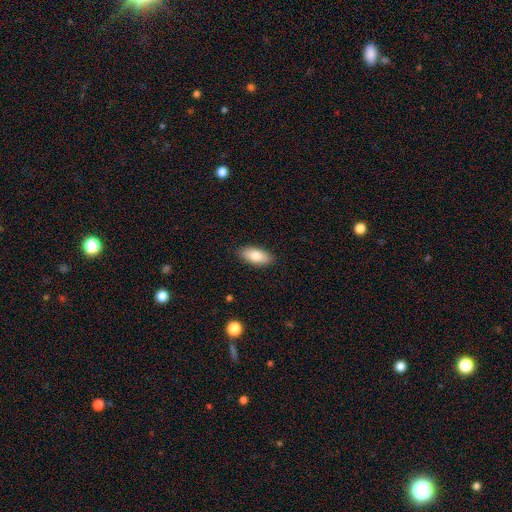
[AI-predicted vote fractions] Smooth or featured?
  - smooth: 82% *
  - featured or disk: 11%
  - star or artifact: 7%
How rounded?
  - in between: 87% *
  - cigar-shaped: 10%
  - round: 2%
Merging?
  - none: 88% *
  - minor disturbance: 9%
  - major disturbance: 2%
  - merger: 1%